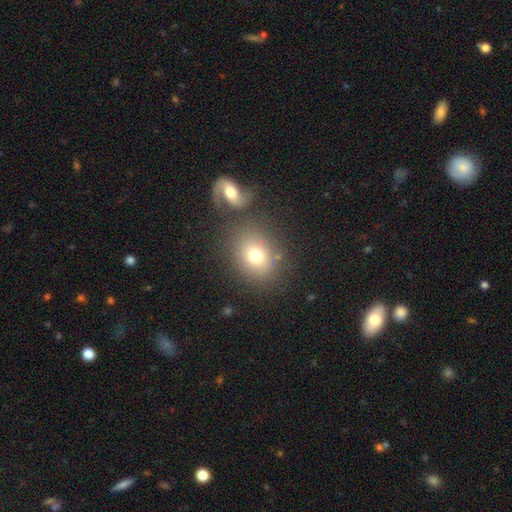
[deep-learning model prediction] This is likely a smooth galaxy (73%). How rounded: possibly round (58%). Merging: likely none (70%).